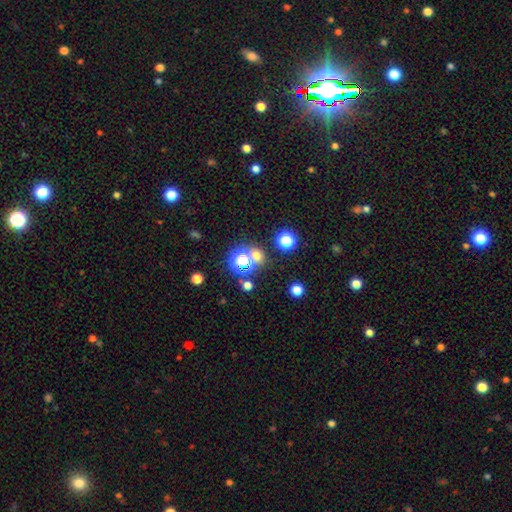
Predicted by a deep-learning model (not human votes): A smooth galaxy with no disk features (51%) that is round (81%). Merging: none (66%).